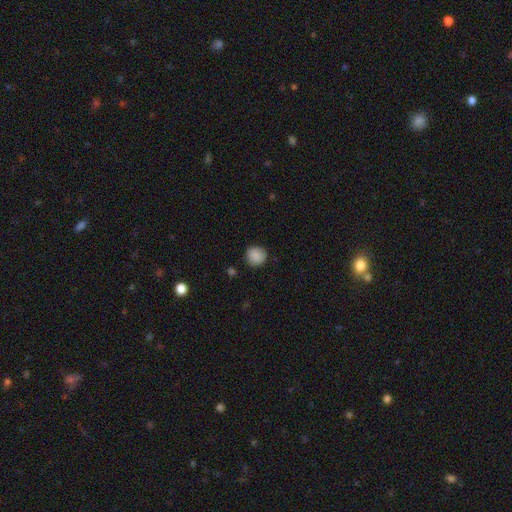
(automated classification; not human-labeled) Smooth or featured? smooth (88%)
How rounded? round (90%)
Merging? none (85%)